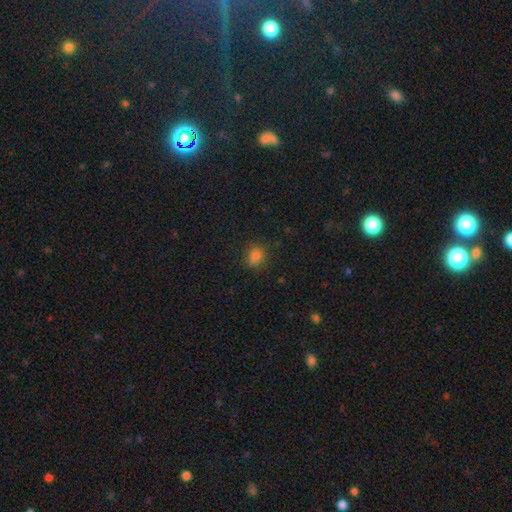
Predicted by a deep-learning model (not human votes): Q: Smooth or featured?
A: smooth (80%); runner-up: star or artifact (15%)
Q: How rounded?
A: round (65%); runner-up: in between (34%)
Q: Merging?
A: none (81%); runner-up: minor disturbance (14%)